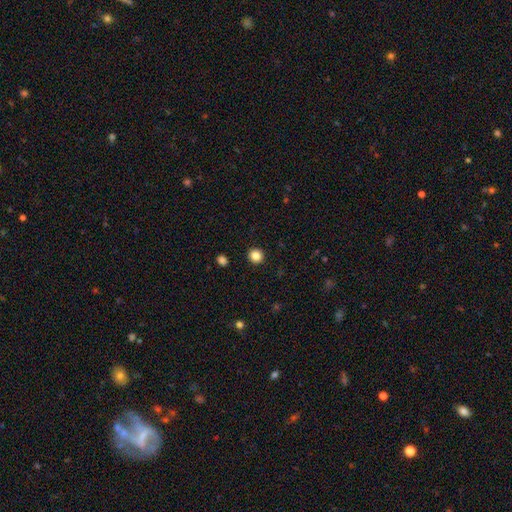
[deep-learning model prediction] A smooth galaxy with no disk features (85%) that is round (93%). Merging: none (93%).